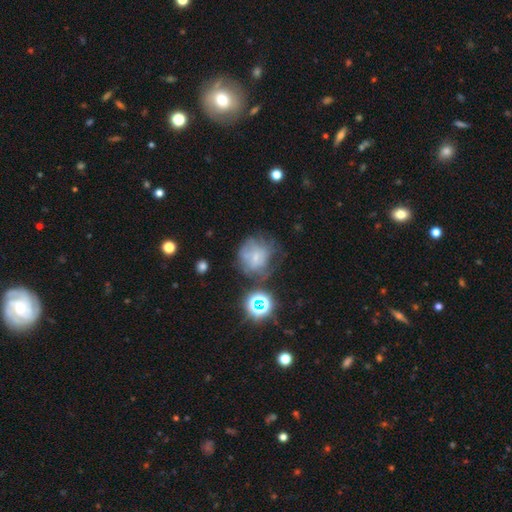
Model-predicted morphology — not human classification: The model was most divided on "smooth or featured": smooth: 45%, featured or disk: 36%, star or artifact: 20%. Remaining: merging — none (44%).